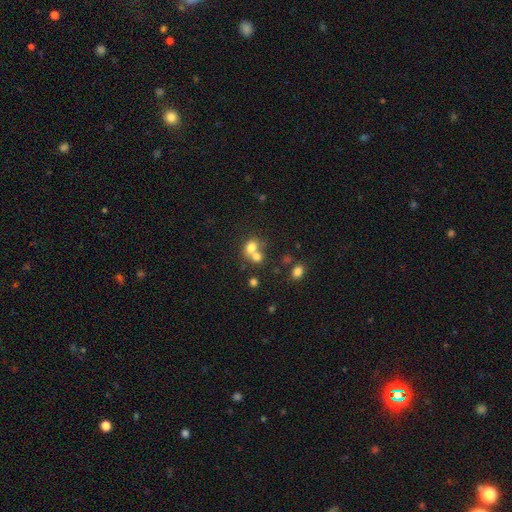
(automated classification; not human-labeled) smooth_or_featured: smooth (p=0.72) [alt: featured or disk p=0.15]
how_rounded: round (p=0.62) [alt: in between p=0.37]
merging: merger (p=0.59) [alt: none p=0.31]